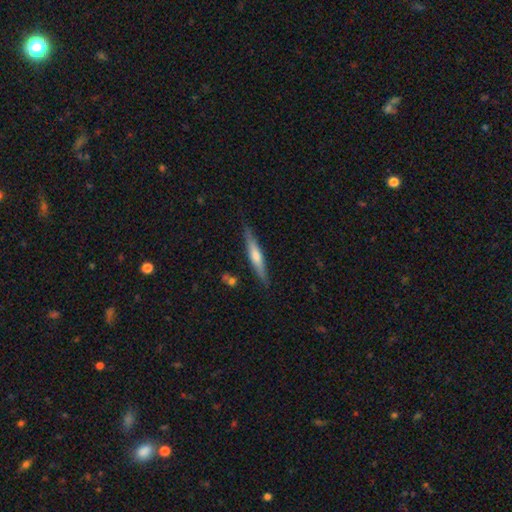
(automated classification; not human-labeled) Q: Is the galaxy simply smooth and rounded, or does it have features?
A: featured or disk — 56%.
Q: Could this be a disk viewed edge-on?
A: yes — 96%.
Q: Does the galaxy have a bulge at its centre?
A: rounded — 71%.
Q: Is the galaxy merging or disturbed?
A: none — 86%.